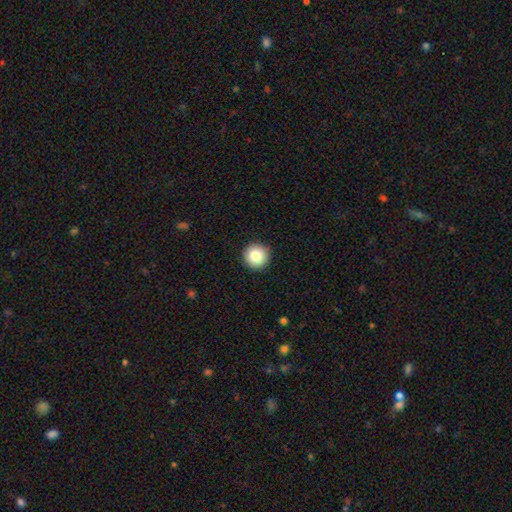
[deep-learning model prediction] Smooth or featured: smooth — 82% (star or artifact — 9%)
How rounded: round — 96% (in between — 3%)
Merging: none — 93% (minor disturbance — 5%)